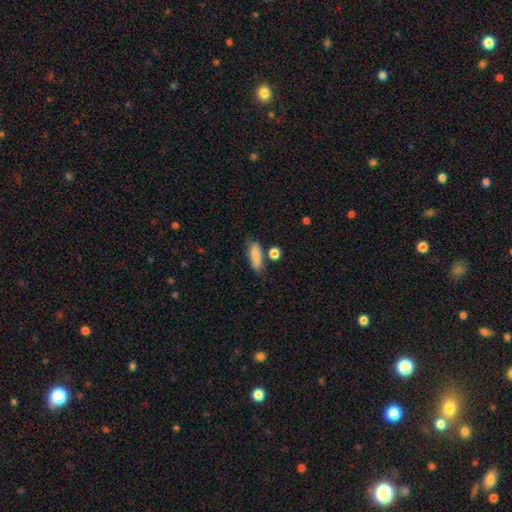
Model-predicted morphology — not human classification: The model was most divided on "how rounded": in between: 64%, cigar-shaped: 32%, round: 4%. More confident: smooth or featured — smooth (81%); merging — none (64%).